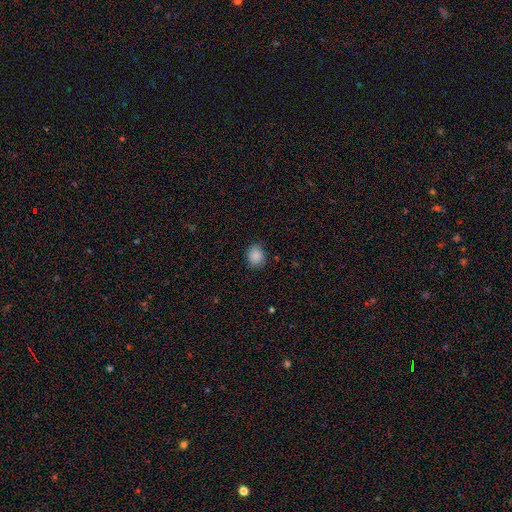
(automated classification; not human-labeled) The model was most divided on "how rounded": round: 68%, in between: 31%, cigar-shaped: 1%. More confident: smooth or featured — smooth (87%); merging — none (85%).